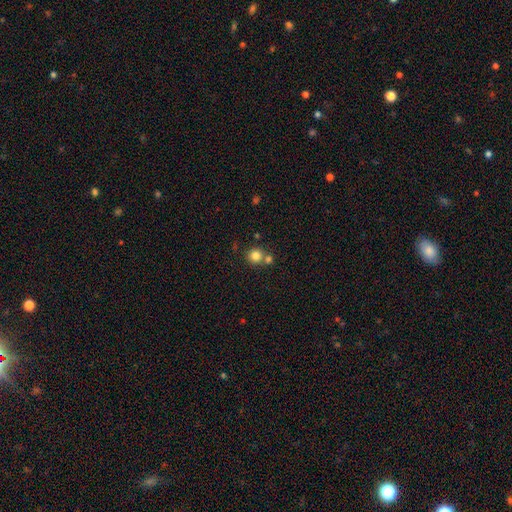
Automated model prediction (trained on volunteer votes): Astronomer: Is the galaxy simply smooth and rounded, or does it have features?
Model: smooth — 82%.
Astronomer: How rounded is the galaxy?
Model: round — 92%.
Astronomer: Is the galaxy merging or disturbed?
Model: none — 61%.